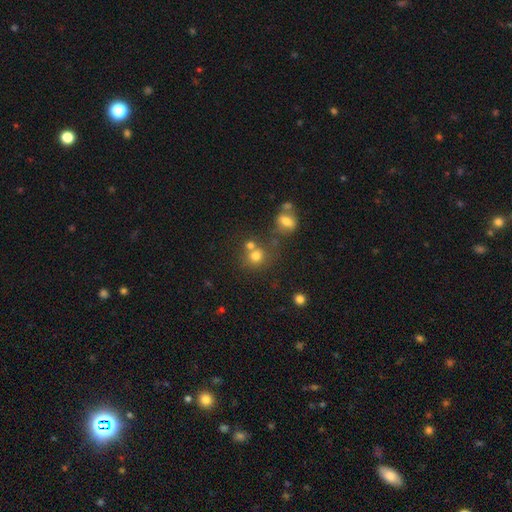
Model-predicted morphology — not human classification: Overall: smooth (74%). How rounded: round (83%). Merging: none (54%; merger 32%).